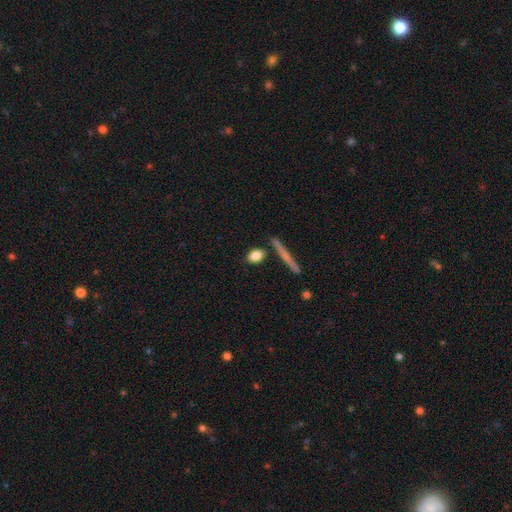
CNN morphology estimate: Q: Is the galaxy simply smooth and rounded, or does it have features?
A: smooth — 83%.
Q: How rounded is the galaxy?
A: in between — 68%.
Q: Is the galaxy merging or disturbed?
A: none — 76%.